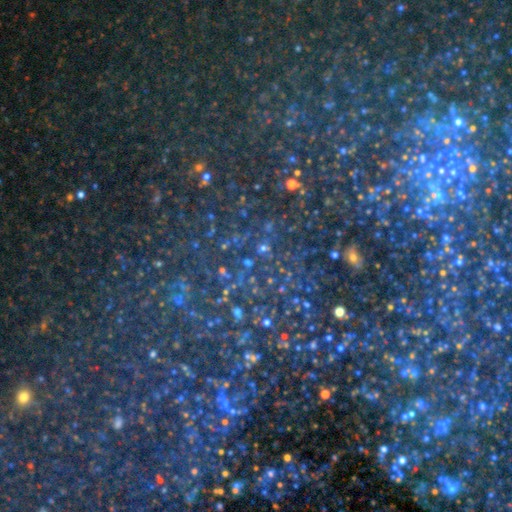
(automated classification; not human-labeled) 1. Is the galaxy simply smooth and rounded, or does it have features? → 83% star or artifact, 10% smooth, 7% featured or disk.